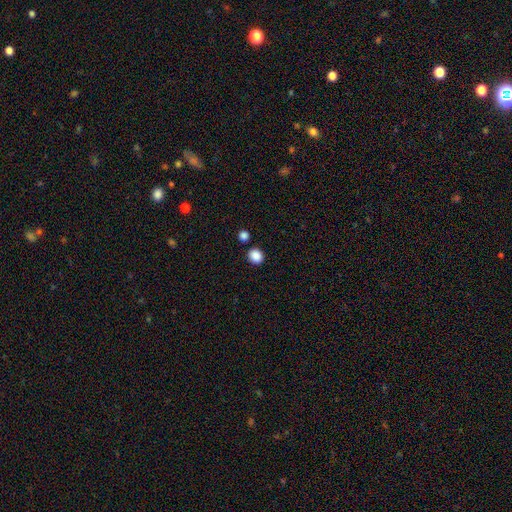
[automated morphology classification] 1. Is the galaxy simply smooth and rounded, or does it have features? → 88% smooth, 10% star or artifact, 3% featured or disk.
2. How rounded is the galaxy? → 73% round, 27% in between, 1% cigar-shaped.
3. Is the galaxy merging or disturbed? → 85% none, 7% minor disturbance, 5% merger, 2% major disturbance.